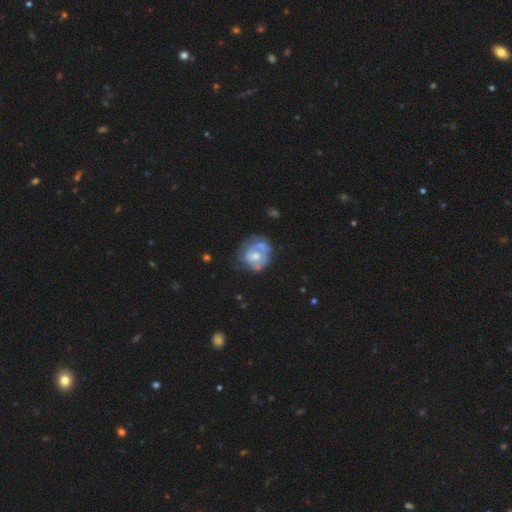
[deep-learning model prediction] Q: Smooth or featured?
A: featured or disk (56%); runner-up: smooth (37%)
Q: Edge-on disk?
A: no (98%); runner-up: yes (2%)
Q: Bar?
A: no (82%); runner-up: weak (16%)
Q: Spiral arms?
A: no (53%); runner-up: yes (47%)
Q: Bulge size?
A: moderate (54%); runner-up: small (29%)
Q: Merging?
A: none (47%); runner-up: minor disturbance (25%)